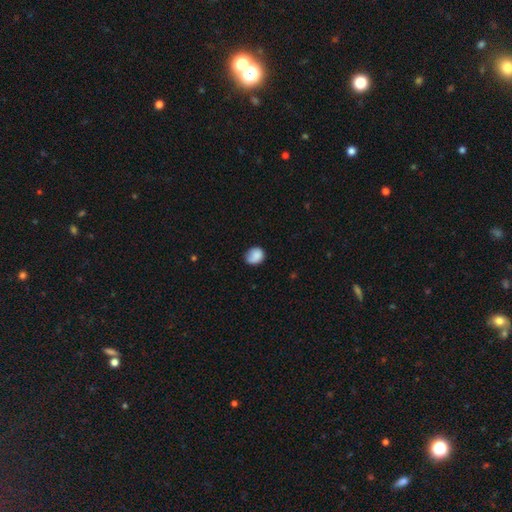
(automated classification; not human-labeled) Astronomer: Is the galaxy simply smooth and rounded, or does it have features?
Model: smooth — 84%.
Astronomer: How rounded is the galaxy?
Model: round — 63%.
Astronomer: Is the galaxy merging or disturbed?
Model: none — 65%.